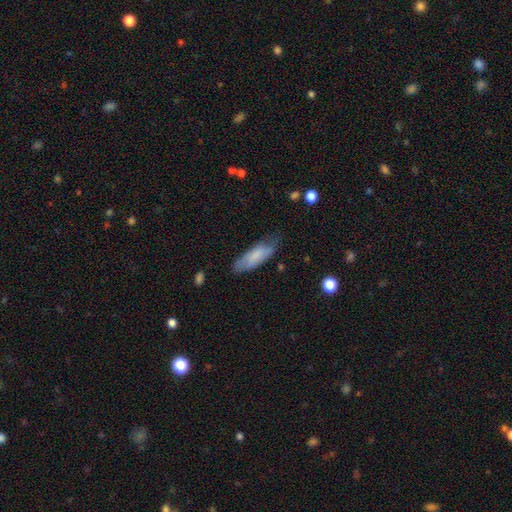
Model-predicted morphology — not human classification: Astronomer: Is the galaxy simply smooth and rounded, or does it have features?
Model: smooth — 74%.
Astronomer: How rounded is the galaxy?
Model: in between — 54% (runner-up: cigar-shaped, 44%).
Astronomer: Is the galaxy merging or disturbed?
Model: none — 67%.